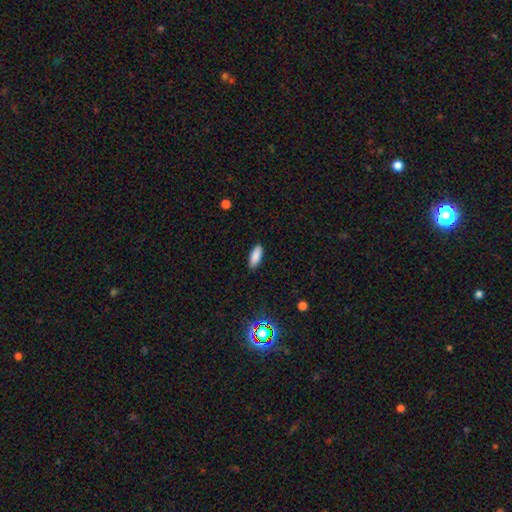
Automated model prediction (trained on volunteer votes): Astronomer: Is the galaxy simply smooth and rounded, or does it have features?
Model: smooth — 87%.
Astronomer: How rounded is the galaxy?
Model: in between — 78%.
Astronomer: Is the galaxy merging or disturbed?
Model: none — 89%.